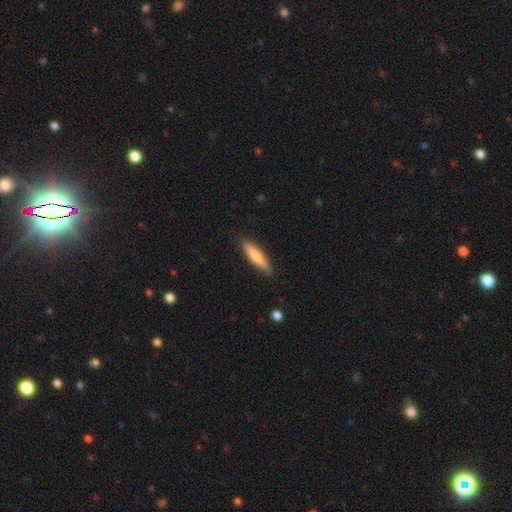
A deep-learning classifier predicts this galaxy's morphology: A smooth galaxy with no disk features (68%) that is cigar-shaped (79%).

Vote fractions:
- Smooth or featured? smooth: 68% / featured or disk: 26% / star or artifact: 6%
- How rounded? cigar-shaped: 79% / in between: 19% / round: 2%
- Merging? none: 87% / minor disturbance: 10% / major disturbance: 2% / merger: 1%